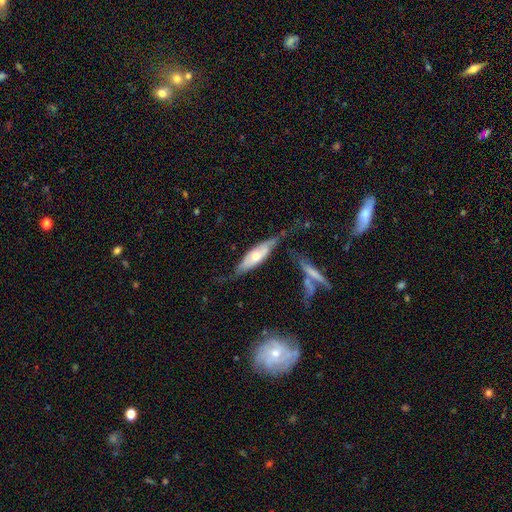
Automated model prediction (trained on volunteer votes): The model was most divided on "edge-on disk": yes: 53%, no: 47%. More confident: merging — none (57%); smooth or featured — featured or disk (56%).